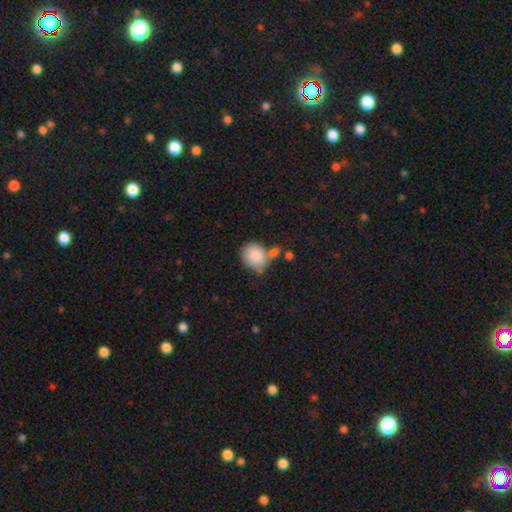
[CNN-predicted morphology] type=smooth (85%); roundness=round (67%); merging=none (47%).